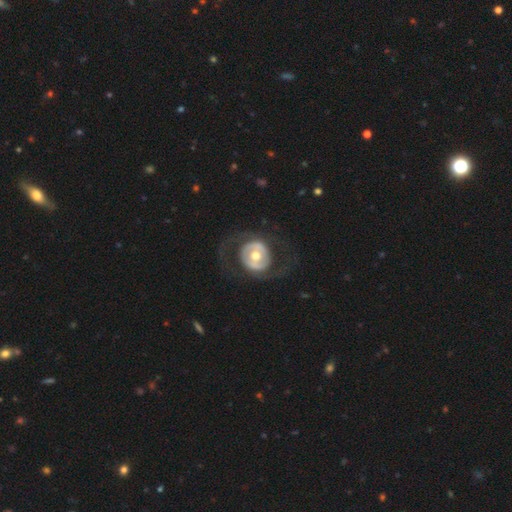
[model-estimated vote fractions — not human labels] Morphology: type=featured or disk (68%); edge-on=no (96%); bar=no (58%); spiral arms=no (58%); bulge=moderate (76%); merging=none (70%).